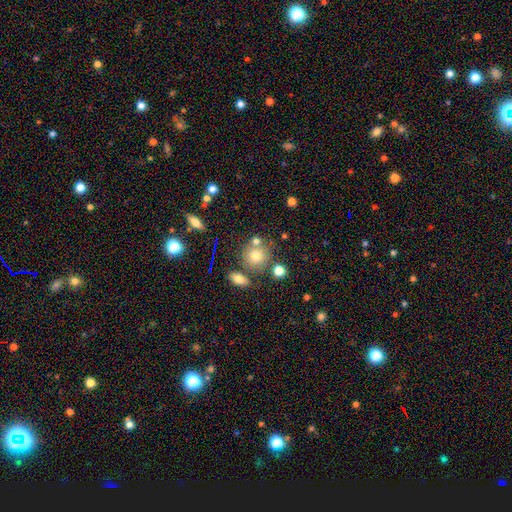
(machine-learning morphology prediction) type=smooth (72%); roundness=round (86%); merging=none (68%).